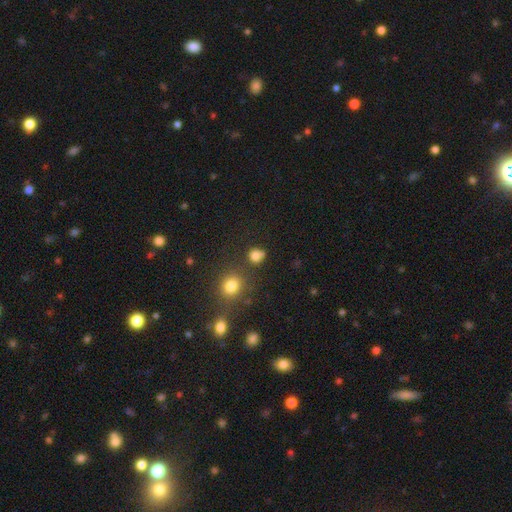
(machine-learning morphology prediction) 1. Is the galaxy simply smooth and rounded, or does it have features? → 78% smooth, 16% star or artifact, 6% featured or disk.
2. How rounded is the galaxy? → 81% round, 18% in between, 1% cigar-shaped.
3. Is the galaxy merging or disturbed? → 64% none, 17% merger, 14% minor disturbance, 6% major disturbance.